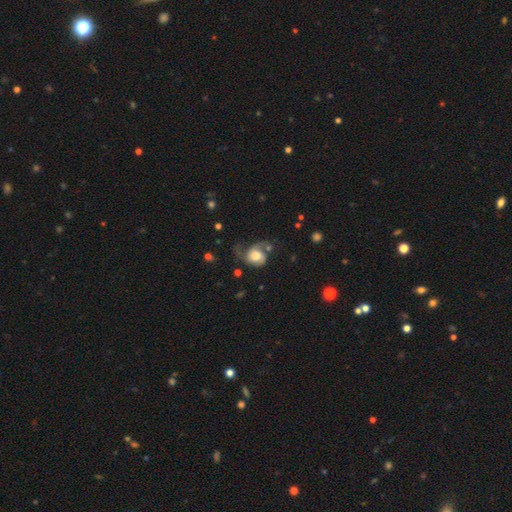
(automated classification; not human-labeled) smooth-or-featured: featured or disk: 59% | smooth: 33% | star or artifact: 8%
  disk-edge-on: no: 97% | yes: 3%
    bar: no: 73% | weak: 23% | strong: 4%
    has-spiral-arms: yes: 87% | no: 13%
      spiral-winding: medium: 40% | loose: 39% | tight: 21%
      spiral-arm-count: 2: 50% | 1: 37% | can't tell: 7% | 3: 3% | 4: 1% | more than 4: 1%
    bulge-size: large: 42% | moderate: 40% | dominant: 8% | small: 7% | none: 3%
  merging: none: 37% | major disturbance: 34% | minor disturbance: 23% | merger: 6%